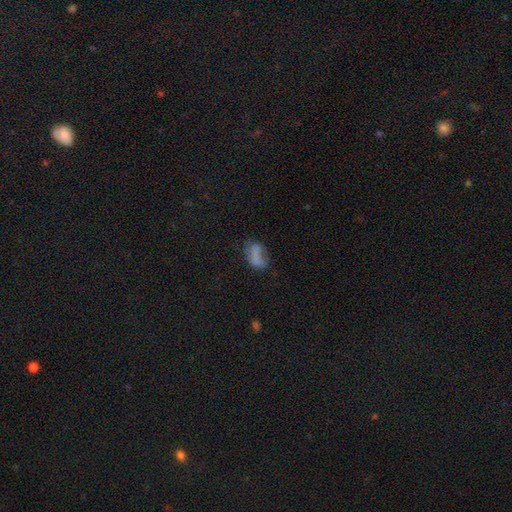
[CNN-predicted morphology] A smooth galaxy with no disk features (63%) that is in between round and cigar-shaped (86%).

Vote fractions:
- Smooth or featured? smooth: 63% / featured or disk: 23% / star or artifact: 13%
- How rounded? in between: 86% / round: 10% / cigar-shaped: 4%
- Merging? none: 41% / minor disturbance: 28% / major disturbance: 25% / merger: 6%